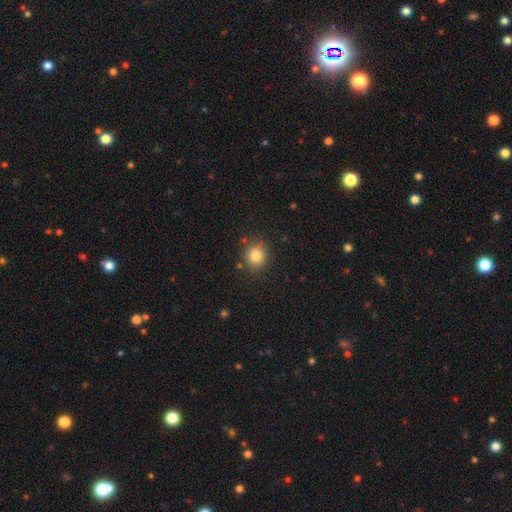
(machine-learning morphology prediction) smooth 81%, star or artifact 12%, featured or disk 7%. Down the decision tree: how rounded — round (89%); merging — none (83%).